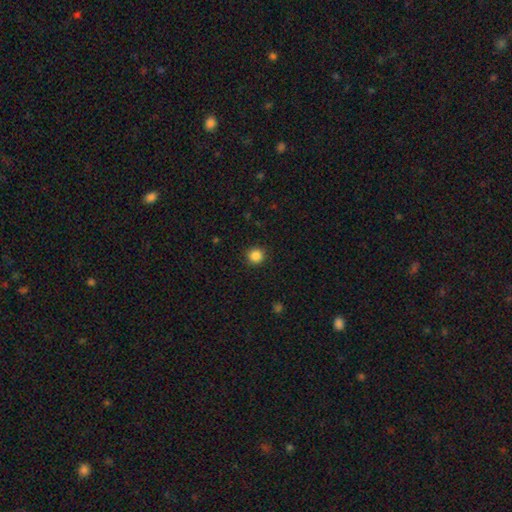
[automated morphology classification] Smooth or featured? smooth (86%)
How rounded? round (93%)
Merging? none (92%)